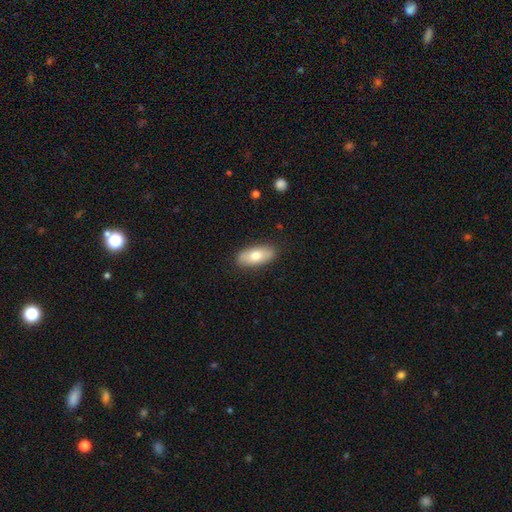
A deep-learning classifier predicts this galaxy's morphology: A smooth galaxy with no disk features (73%) that is in between round and cigar-shaped (86%).

Vote fractions:
- Smooth or featured? smooth: 73% / featured or disk: 21% / star or artifact: 6%
- How rounded? in between: 86% / cigar-shaped: 12% / round: 3%
- Merging? none: 87% / minor disturbance: 10% / major disturbance: 2% / merger: 1%